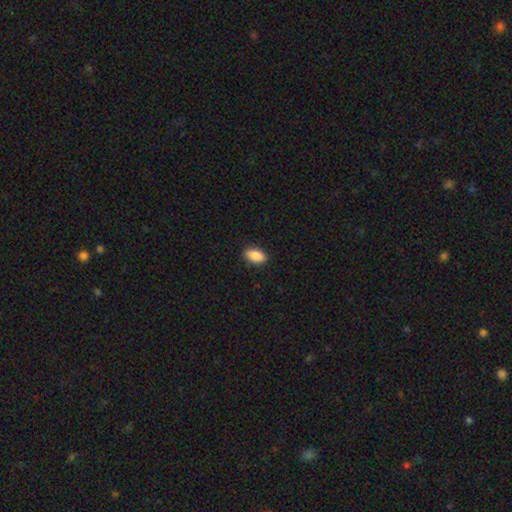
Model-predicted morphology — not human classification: Smooth or featured?
  - smooth: 89% *
  - star or artifact: 7%
  - featured or disk: 4%
How rounded?
  - in between: 91% *
  - round: 5%
  - cigar-shaped: 4%
Merging?
  - none: 89% *
  - minor disturbance: 8%
  - major disturbance: 2%
  - merger: 1%